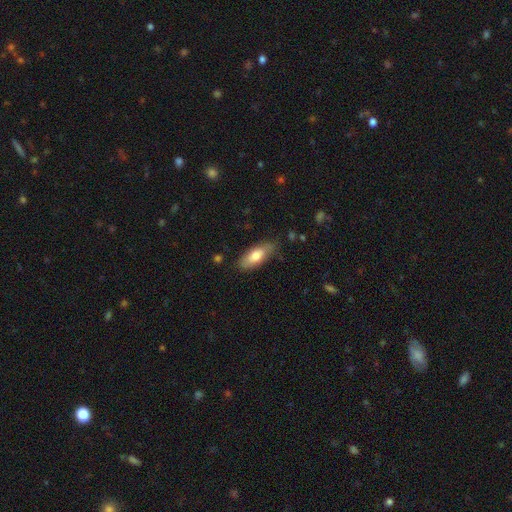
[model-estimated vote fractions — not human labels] This appears to be a smooth galaxy with no disk features (73%) that is in between round and cigar-shaped (71%). Merging: none (76%).